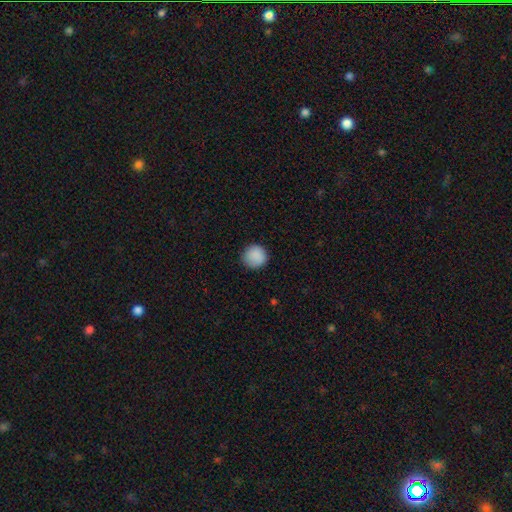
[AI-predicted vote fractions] Q: Smooth or featured?
A: smooth (89%); runner-up: star or artifact (8%)
Q: How rounded?
A: round (94%); runner-up: in between (5%)
Q: Merging?
A: none (88%); runner-up: minor disturbance (9%)